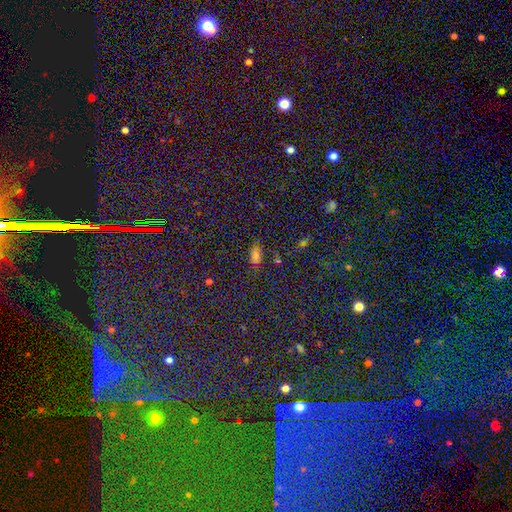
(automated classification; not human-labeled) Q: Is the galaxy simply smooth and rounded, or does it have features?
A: smooth — 58%.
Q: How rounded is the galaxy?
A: in between — 80%.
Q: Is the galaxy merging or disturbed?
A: none — 71%.